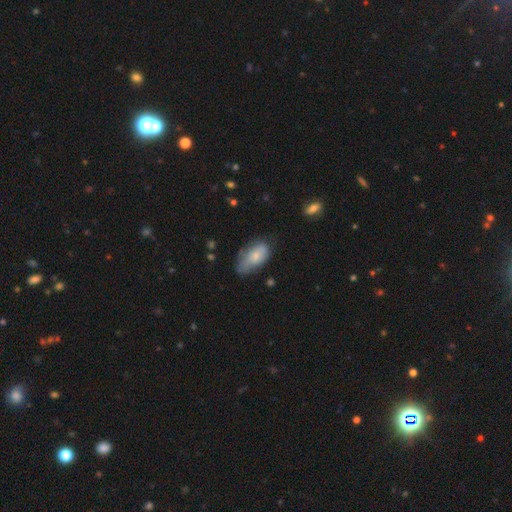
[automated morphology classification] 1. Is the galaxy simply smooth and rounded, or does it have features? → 71% smooth, 22% featured or disk, 7% star or artifact.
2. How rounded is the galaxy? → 92% in between, 5% cigar-shaped, 4% round.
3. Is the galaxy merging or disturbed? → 40% minor disturbance, 37% none, 19% major disturbance, 3% merger.